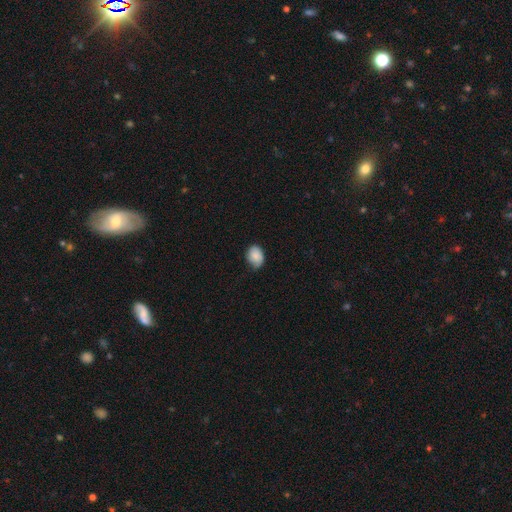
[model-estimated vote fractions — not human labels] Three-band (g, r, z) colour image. It shows a smooth galaxy with no disk features (84%) that is in between round and cigar-shaped (65%). Merging: none (63%).